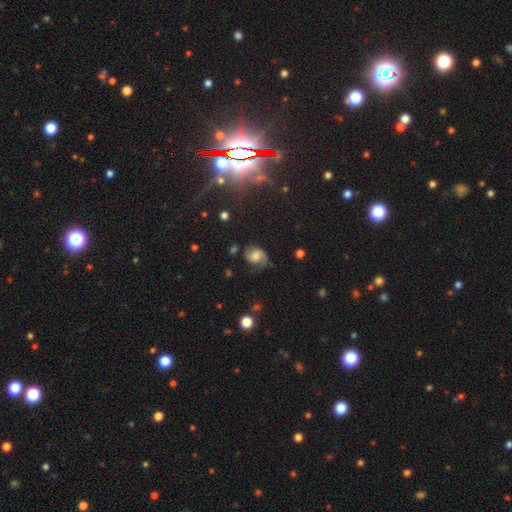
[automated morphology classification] This is likely a featured or disk galaxy (65%). It is clearly not viewed edge-on (98%). Bar: possibly no (58%). Spiral arm pattern: clearly yes (93%). Spiral arm count: likely 2 (65%). Spiral winding: possibly medium (46%). Central bulge: marginally moderate (44%). Merging: possibly none (58%).